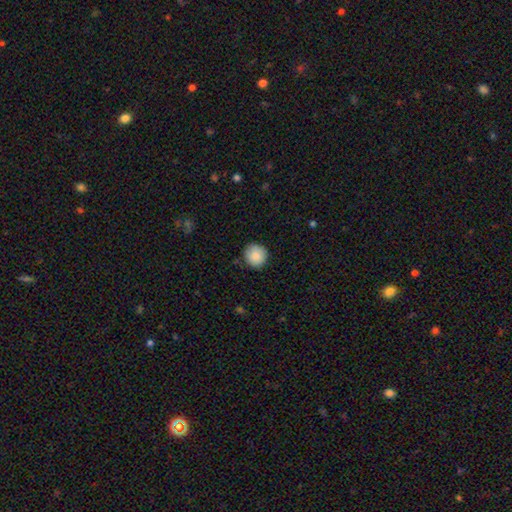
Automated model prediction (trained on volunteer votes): The model was most divided on "smooth or featured": smooth: 87%, star or artifact: 8%, featured or disk: 5%. More confident: how rounded — round (93%); merging — none (88%).